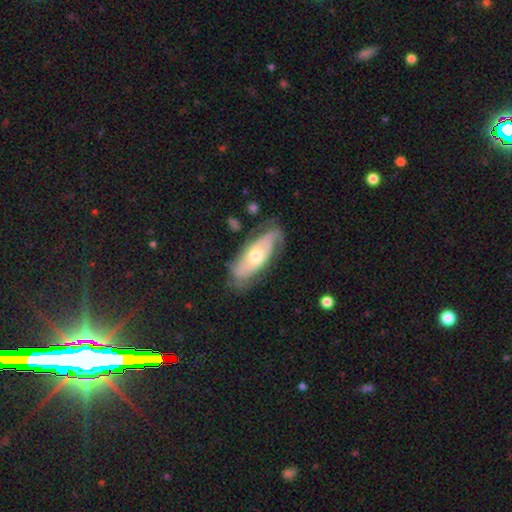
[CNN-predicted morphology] A featured or disk galaxy (65%) with no bar (74%), spiral arms (80%) and a moderate central bulge (63%). Merging: none (65%).